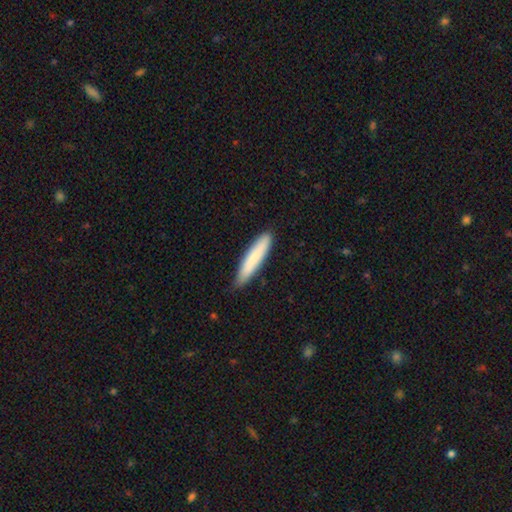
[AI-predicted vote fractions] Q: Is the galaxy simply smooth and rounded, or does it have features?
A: smooth — 80%.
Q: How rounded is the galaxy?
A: cigar-shaped — 88%.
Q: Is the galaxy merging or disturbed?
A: none — 85%.